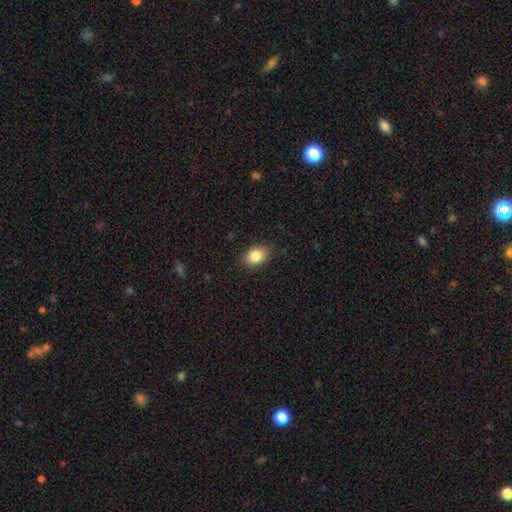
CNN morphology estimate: A smooth galaxy with no disk features (85%) that is in between round and cigar-shaped (74%). Merging: none (84%).